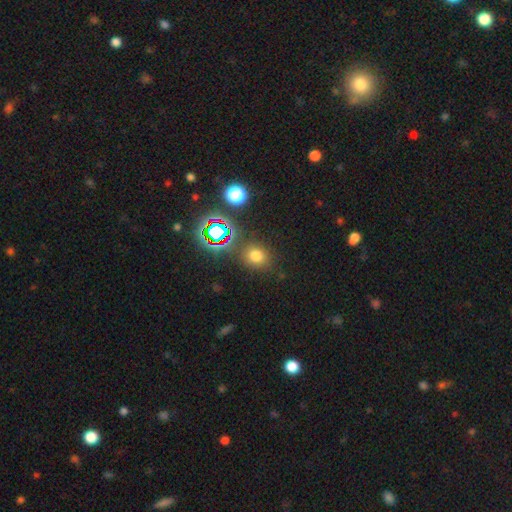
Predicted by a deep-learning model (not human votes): Morphology: type=smooth (69%); roundness=round (72%); merging=none (82%).